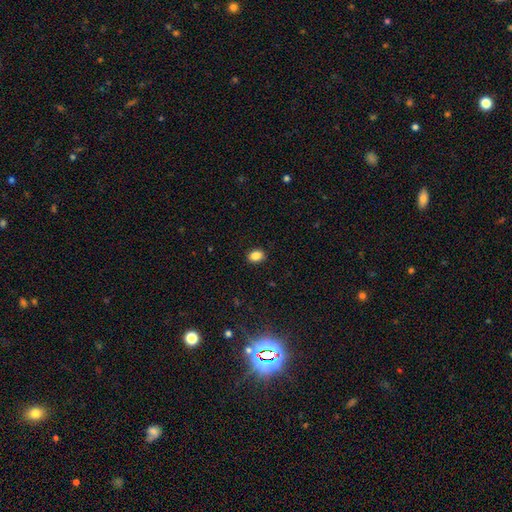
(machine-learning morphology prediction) Q: Smooth or featured?
A: smooth (87%); runner-up: star or artifact (10%)
Q: How rounded?
A: in between (70%); runner-up: round (29%)
Q: Merging?
A: none (88%); runner-up: minor disturbance (9%)